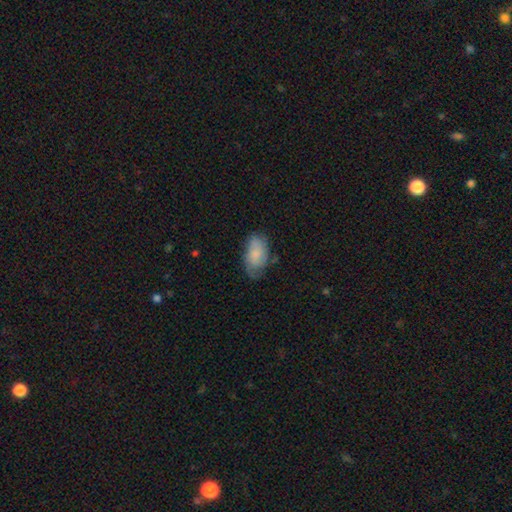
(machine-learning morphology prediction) A smooth galaxy with no disk features (66%) that is in between round and cigar-shaped (93%). Merging: none (54%).